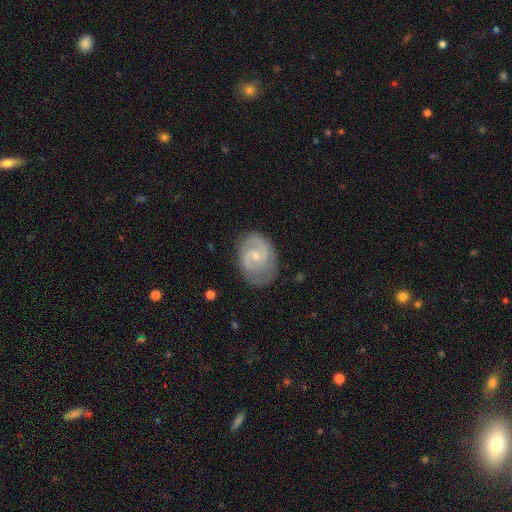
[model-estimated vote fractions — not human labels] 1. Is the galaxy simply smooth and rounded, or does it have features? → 78% featured or disk, 17% smooth, 6% star or artifact.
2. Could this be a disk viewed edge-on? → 98% no, 2% yes.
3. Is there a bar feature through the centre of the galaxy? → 52% no, 42% weak, 6% strong.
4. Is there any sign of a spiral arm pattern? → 93% yes, 7% no.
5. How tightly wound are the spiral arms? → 44% medium (tied), 44% tight (tied), 12% loose.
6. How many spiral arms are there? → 78% 2, 11% can't tell, 4% 1, 4% 3, 1% 4, 1% more than 4.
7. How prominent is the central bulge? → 67% small, 28% moderate, 3% none, 1% large, 1% dominant.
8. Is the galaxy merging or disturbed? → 72% none, 20% minor disturbance, 7% major disturbance, 1% merger.